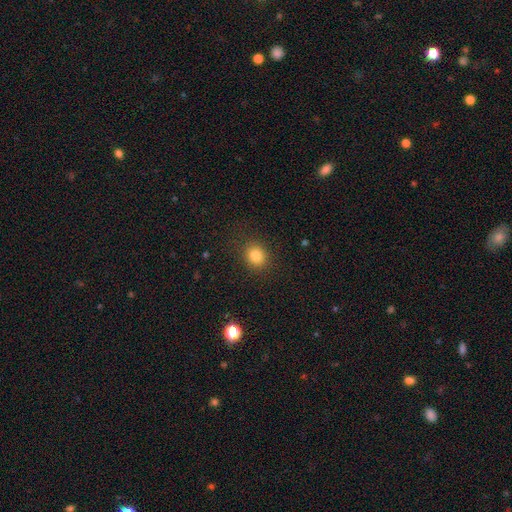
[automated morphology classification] Smooth or featured?
  - smooth: 82% *
  - star or artifact: 12%
  - featured or disk: 6%
How rounded?
  - round: 73% *
  - in between: 26%
  - cigar-shaped: 1%
Merging?
  - none: 88% *
  - minor disturbance: 8%
  - major disturbance: 3%
  - merger: 1%